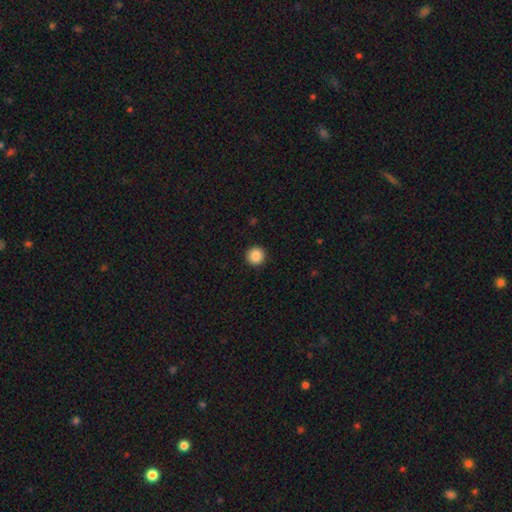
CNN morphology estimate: Smooth or featured?
  - smooth: 87% *
  - star or artifact: 9%
  - featured or disk: 4%
How rounded?
  - round: 96% *
  - in between: 3%
  - cigar-shaped: 1%
Merging?
  - none: 93% *
  - minor disturbance: 4%
  - major disturbance: 2%
  - merger: 1%